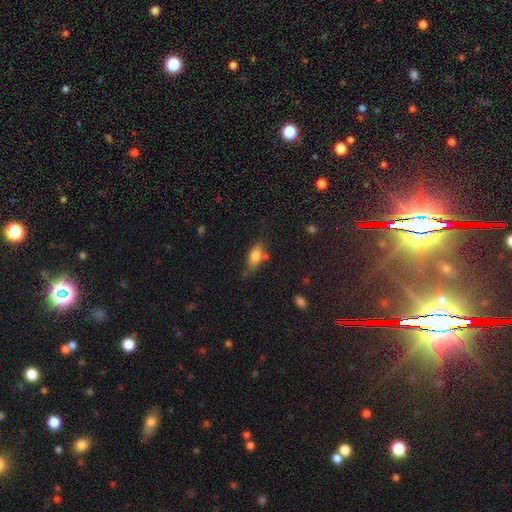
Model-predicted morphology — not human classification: The model was most divided on "merging": none: 59%, minor disturbance: 24%, merger: 11%, major disturbance: 7%. More confident: how rounded — in between (82%); smooth or featured — smooth (77%).